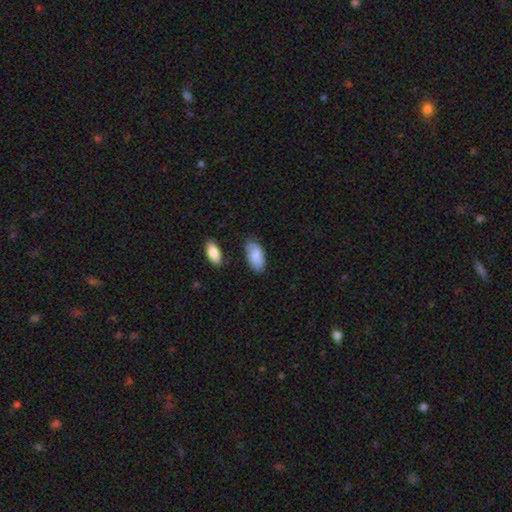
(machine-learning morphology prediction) A smooth galaxy with no disk features (80%) that is in between round and cigar-shaped (94%). Merging: none (68%).